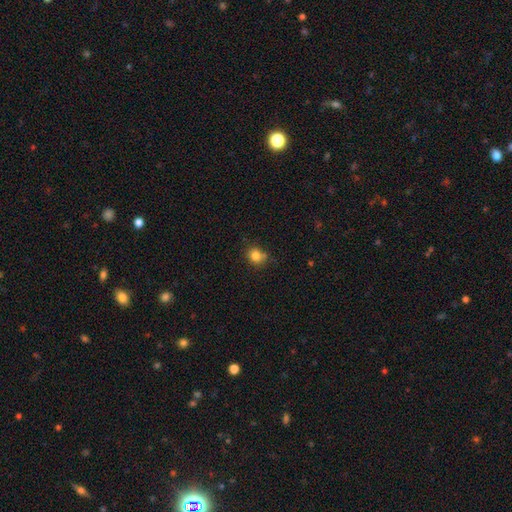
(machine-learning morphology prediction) Smooth or featured: smooth — 82% (star or artifact — 12%)
How rounded: round — 77% (in between — 22%)
Merging: none — 70% (minor disturbance — 17%)